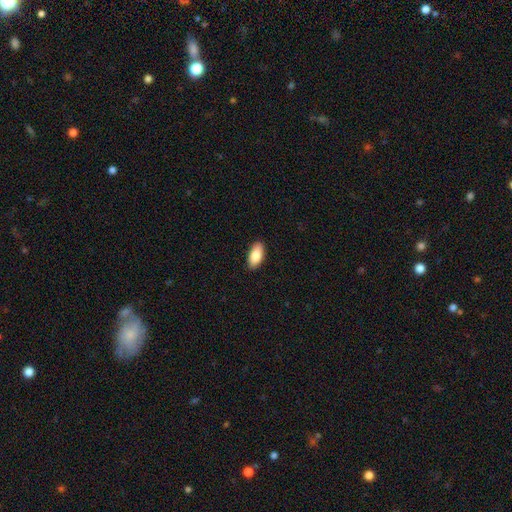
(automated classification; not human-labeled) Smooth or featured? Predicted: smooth (p=0.85). How rounded? Predicted: in between (p=0.91). Merging? Predicted: none (p=0.90).